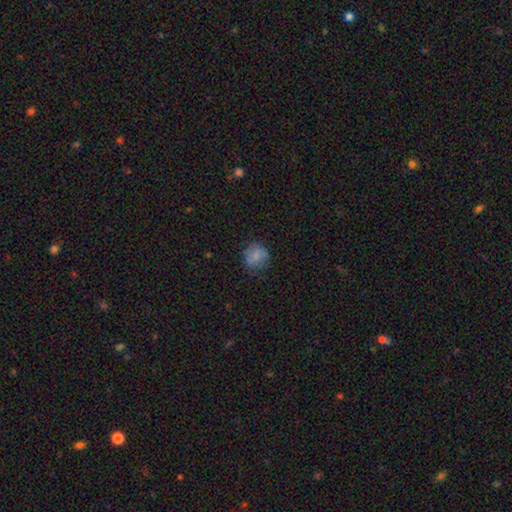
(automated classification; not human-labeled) Smooth or featured: smooth — 80% (star or artifact — 11%)
How rounded: round — 78% (in between — 21%)
Merging: none — 73% (minor disturbance — 20%)